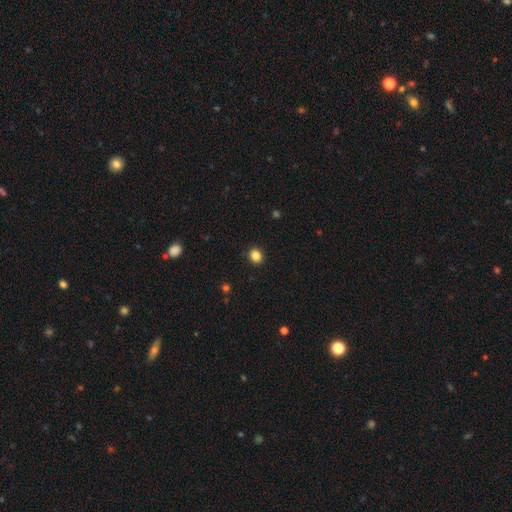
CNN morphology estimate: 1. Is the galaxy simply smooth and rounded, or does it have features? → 85% smooth, 11% star or artifact, 4% featured or disk.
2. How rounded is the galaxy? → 75% round, 25% in between, 1% cigar-shaped.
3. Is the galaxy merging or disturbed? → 91% none, 6% minor disturbance, 2% major disturbance, 1% merger.